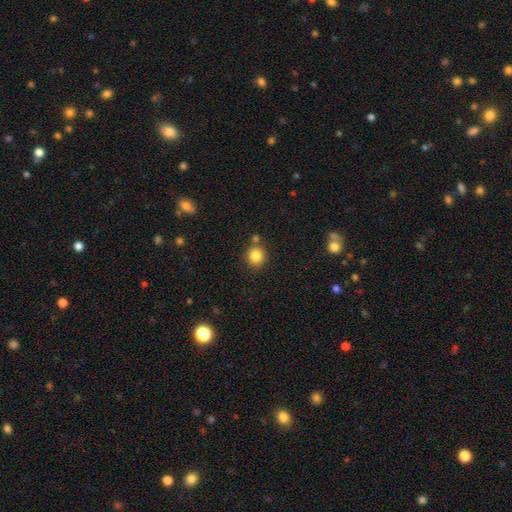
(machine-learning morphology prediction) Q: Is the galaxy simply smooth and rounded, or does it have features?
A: smooth — 84%.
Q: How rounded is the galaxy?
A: round — 88%.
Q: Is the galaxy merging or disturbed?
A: none — 76%.